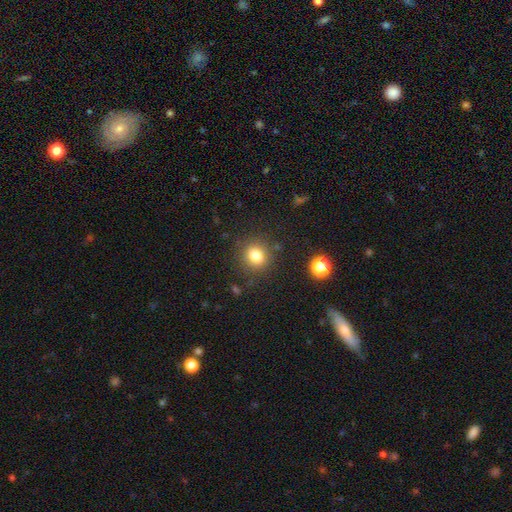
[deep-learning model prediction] smooth_or_featured: smooth (p=0.80) [alt: star or artifact p=0.13]
how_rounded: round (p=0.79) [alt: in between p=0.20]
merging: none (p=0.85) [alt: minor disturbance p=0.09]